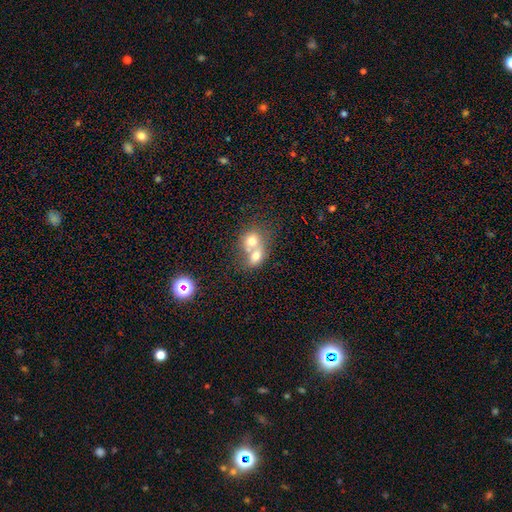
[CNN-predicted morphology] smooth_or_featured: smooth (p=0.68) [alt: featured or disk p=0.22]
how_rounded: round (p=0.55) [alt: in between p=0.44]
merging: merger (p=0.74) [alt: none p=0.18]